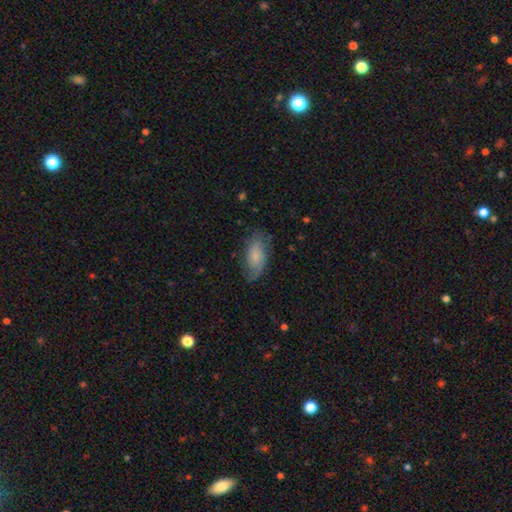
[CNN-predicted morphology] smooth_or_featured: smooth (p=0.61) [alt: featured or disk p=0.32]
how_rounded: in between (p=0.89) [alt: cigar-shaped p=0.07]
merging: none (p=0.70) [alt: minor disturbance p=0.21]